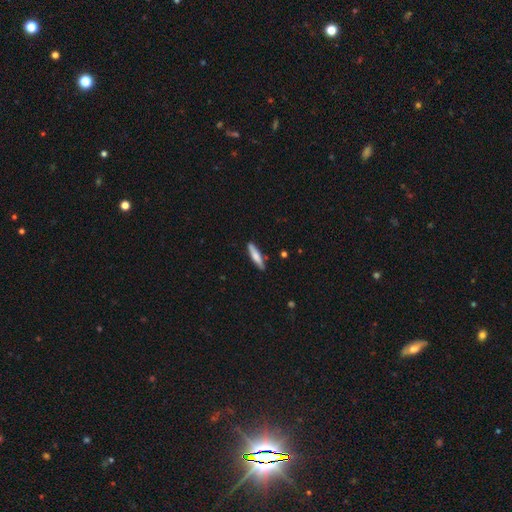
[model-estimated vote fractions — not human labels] Overall: smooth (73%). How rounded: cigar-shaped (80%). Merging: none (85%).